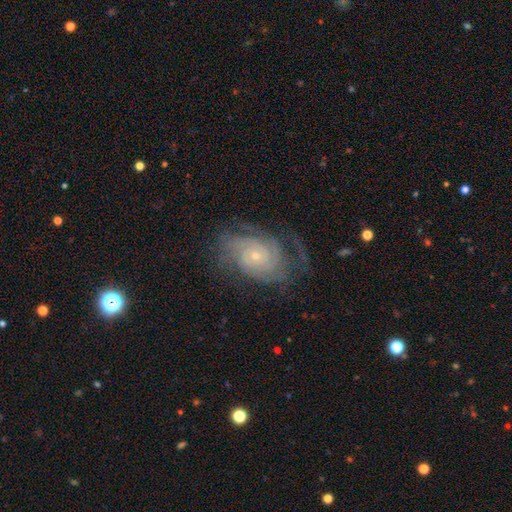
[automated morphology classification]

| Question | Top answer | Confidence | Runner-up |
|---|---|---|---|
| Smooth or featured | featured or disk | 83% | smooth (10%) |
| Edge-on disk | no | 97% | yes (3%) |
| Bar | no | 77% | weak (19%) |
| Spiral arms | yes | 95% | no (5%) |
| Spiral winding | tight | 61% | medium (30%) |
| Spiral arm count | can't tell | 33% | 2 (26%) |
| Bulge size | small | 78% | moderate (17%) |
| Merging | none | 65% | minor disturbance (20%) |